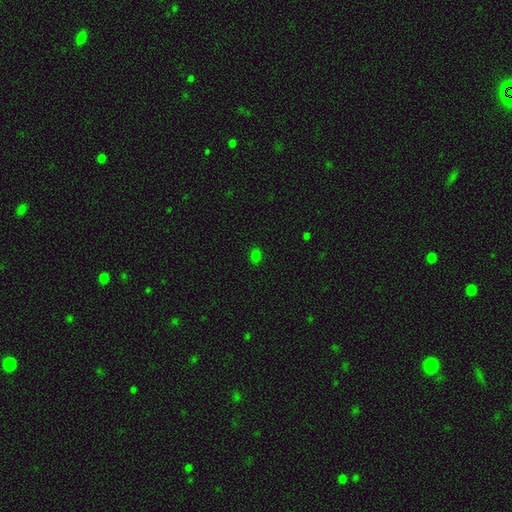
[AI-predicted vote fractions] Smooth or featured? Predicted: smooth (p=0.77). How rounded? Predicted: in between (p=0.67). Merging? Predicted: none (p=0.88).